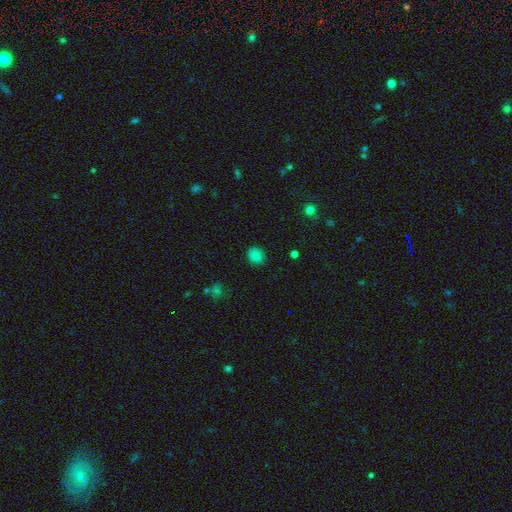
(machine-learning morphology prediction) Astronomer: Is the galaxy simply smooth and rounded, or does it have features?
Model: smooth — 83%.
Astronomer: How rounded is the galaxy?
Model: round — 84%.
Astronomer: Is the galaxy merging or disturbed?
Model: none — 88%.